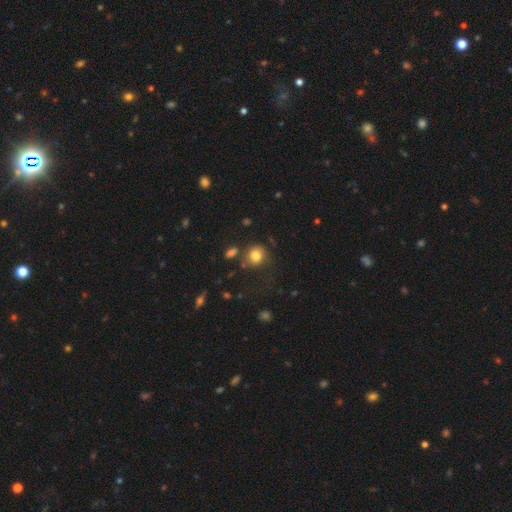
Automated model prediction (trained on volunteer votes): This is likely a smooth galaxy (80%). How rounded: clearly round (82%). Merging: likely none (68%).